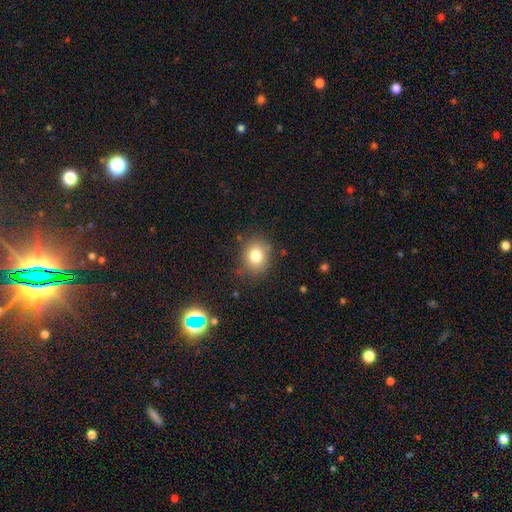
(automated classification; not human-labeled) Morphology: type=smooth (78%); roundness=round (67%); merging=none (80%).